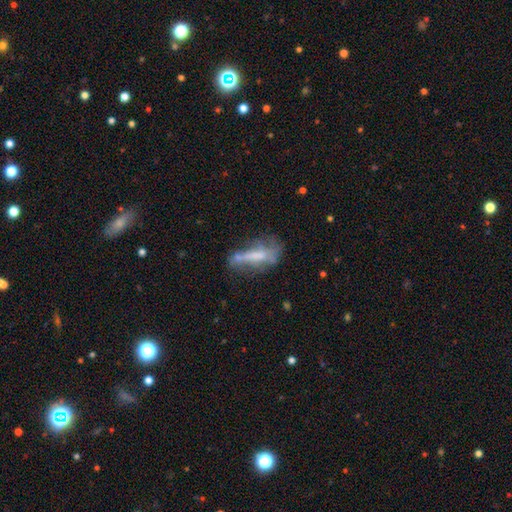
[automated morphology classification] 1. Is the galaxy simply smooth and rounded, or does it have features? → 46% featured or disk, 42% smooth, 12% star or artifact.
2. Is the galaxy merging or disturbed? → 33% none, 30% major disturbance, 24% minor disturbance, 13% merger.